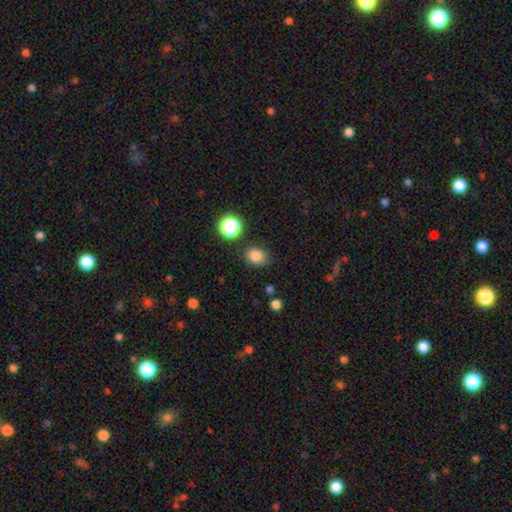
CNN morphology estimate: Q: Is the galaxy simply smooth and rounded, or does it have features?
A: smooth — 83%.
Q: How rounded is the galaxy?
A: in between — 52%.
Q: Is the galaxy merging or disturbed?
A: none — 82%.